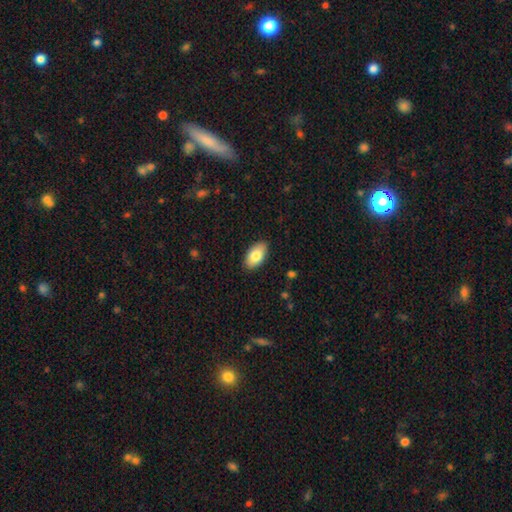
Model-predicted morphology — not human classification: Q: Smooth or featured?
A: smooth (81%); runner-up: featured or disk (13%)
Q: How rounded?
A: in between (94%); runner-up: round (4%)
Q: Merging?
A: none (89%); runner-up: minor disturbance (9%)